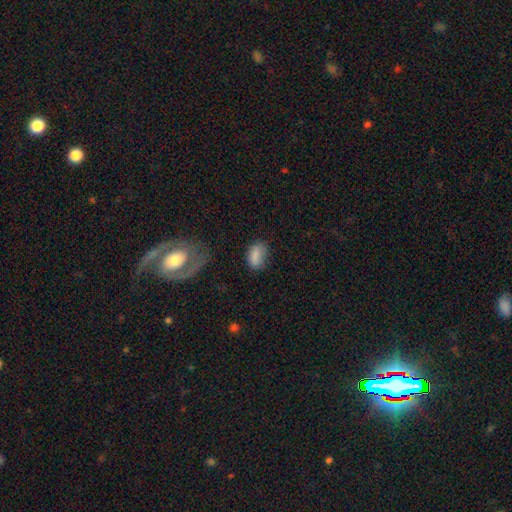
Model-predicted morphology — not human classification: Smooth or featured? Predicted: smooth (p=0.84). How rounded? Predicted: in between (p=0.87). Merging? Predicted: none (p=0.64).